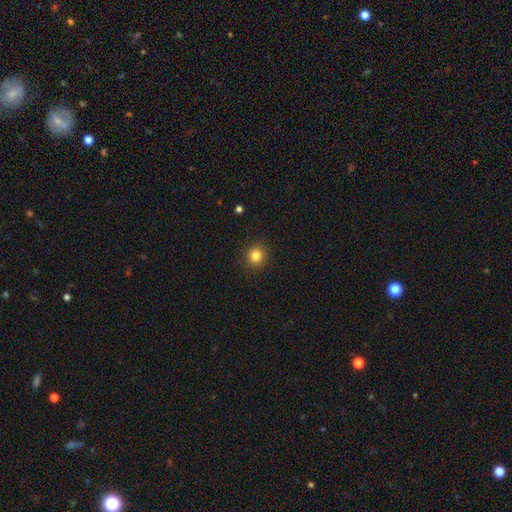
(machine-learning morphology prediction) A smooth galaxy with no disk features (83%) that is round (89%).

Vote fractions:
- Smooth or featured? smooth: 83% / star or artifact: 12% / featured or disk: 5%
- How rounded? round: 89% / in between: 10% / cigar-shaped: 1%
- Merging? none: 92% / minor disturbance: 5% / major disturbance: 2% / merger: 1%